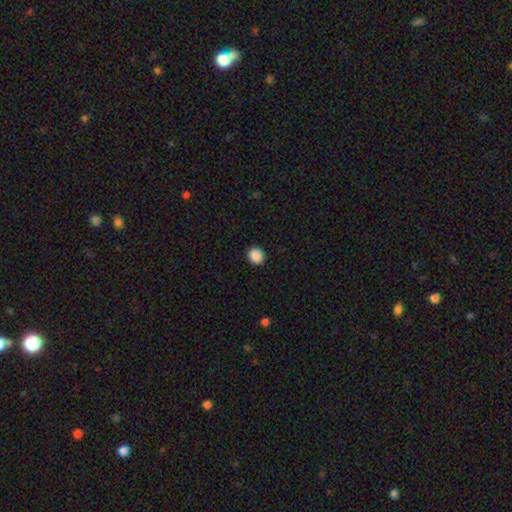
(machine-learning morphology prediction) Smooth or featured: smooth — 89% (star or artifact — 9%)
How rounded: round — 79% (in between — 20%)
Merging: none — 92% (minor disturbance — 6%)